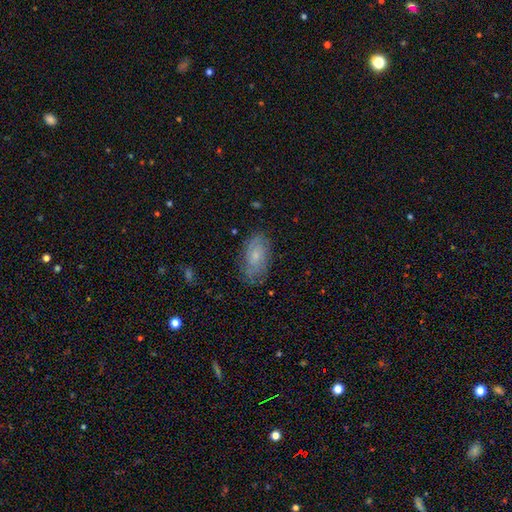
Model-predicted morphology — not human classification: Overall: featured or disk (52%; smooth 40%). Edge-on disk: no (94%). Merging: none (72%).